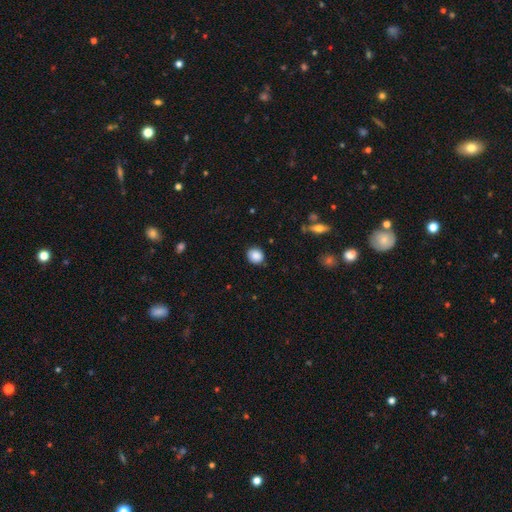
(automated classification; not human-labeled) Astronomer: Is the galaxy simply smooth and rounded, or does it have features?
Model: smooth — 87%.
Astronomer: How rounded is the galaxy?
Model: round — 76%.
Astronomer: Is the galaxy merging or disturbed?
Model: none — 87%.